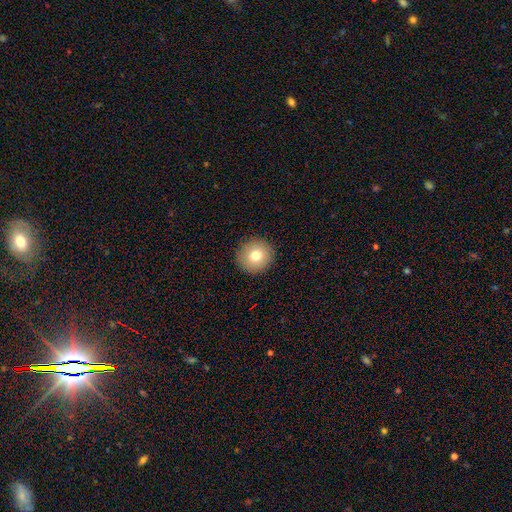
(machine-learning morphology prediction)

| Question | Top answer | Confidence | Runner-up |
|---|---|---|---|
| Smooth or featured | smooth | 78% | featured or disk (12%) |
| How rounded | round | 93% | in between (6%) |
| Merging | none | 92% | minor disturbance (5%) |